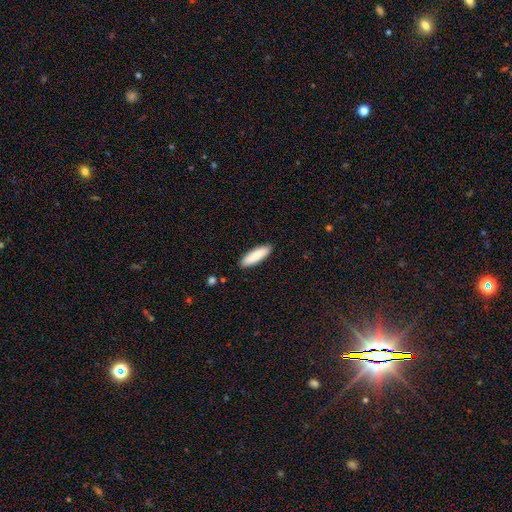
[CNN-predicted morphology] The model was most divided on "how rounded": cigar-shaped: 58%, in between: 40%, round: 1%. More confident: merging — none (90%); smooth or featured — smooth (87%).